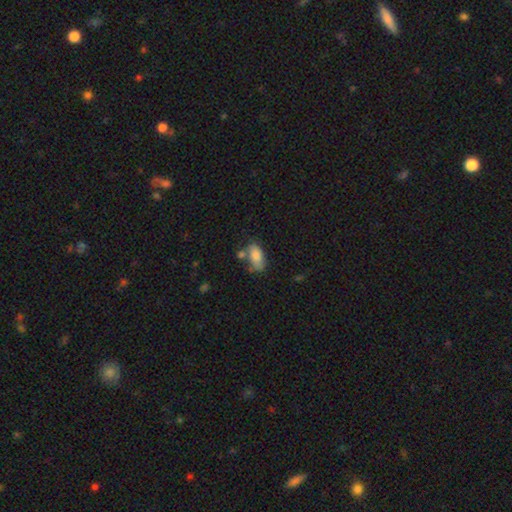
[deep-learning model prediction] Morphology: type=smooth (82%); roundness=in between (90%); merging=none (53%).